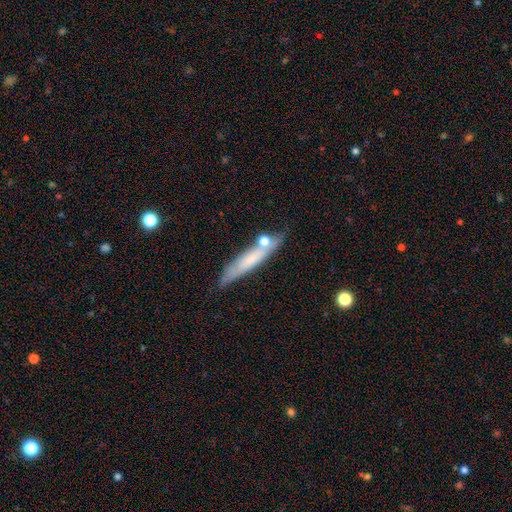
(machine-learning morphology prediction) smooth_or_featured: smooth (p=0.54) [alt: featured or disk p=0.38]
how_rounded: cigar-shaped (p=0.89) [alt: in between p=0.09]
merging: none (p=0.69) [alt: minor disturbance p=0.17]